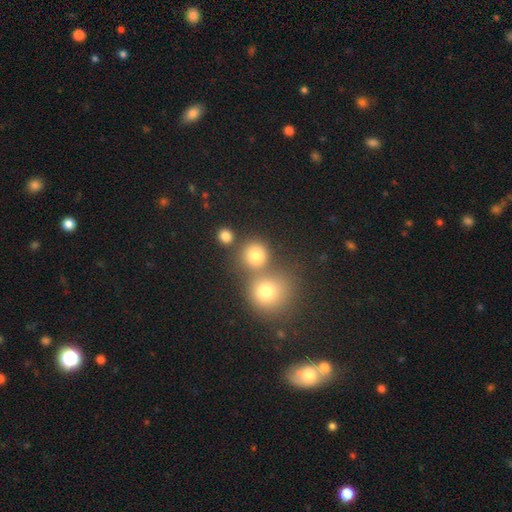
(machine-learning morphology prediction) This appears to be a smooth galaxy with no disk features (78%) that is round (88%). Merging: none (60%).